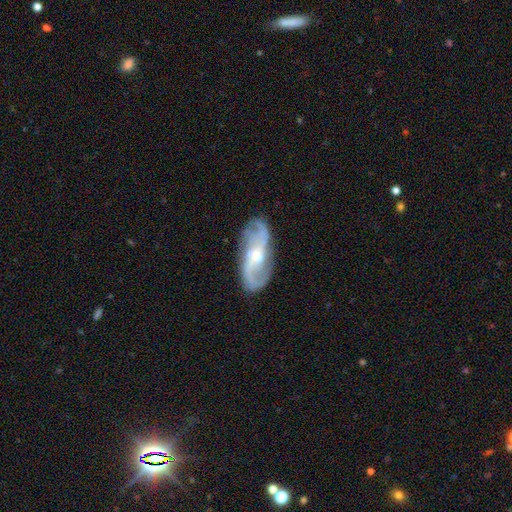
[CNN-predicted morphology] A featured or disk galaxy (84%) with a weak bar (45%), 2 (64%) medium (42%) spiral arms (95%) and a moderate central bulge (48%). Merging: none (76%).